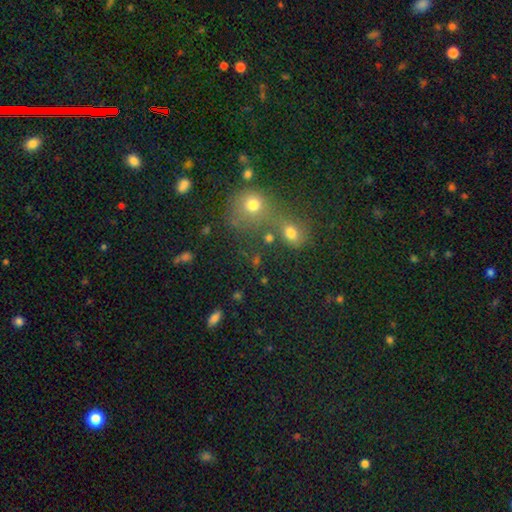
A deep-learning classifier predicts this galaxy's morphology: This is possibly a smooth galaxy (55%). How rounded: likely round (75%). Merging: marginally none (45%).